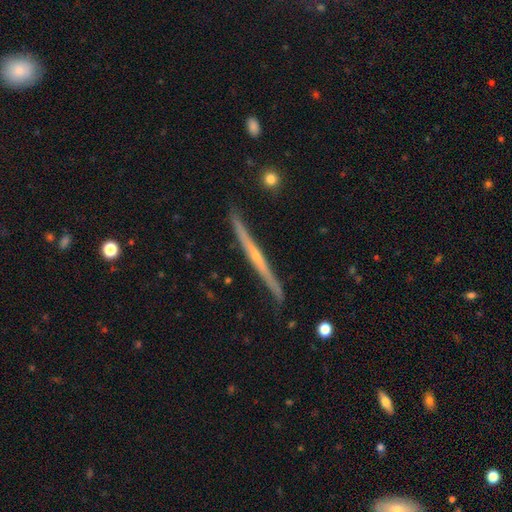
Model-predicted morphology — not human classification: A featured or disk galaxy (79%) viewed edge-on (98%) with a rounded central bulge (60%).

Vote fractions:
- Smooth or featured? featured or disk: 79% / smooth: 15% / star or artifact: 6%
- Edge-on disk? yes: 98% / no: 2%
- Edge-on bulge? rounded: 60% / none: 36% / boxy: 4%
- Merging? none: 89% / minor disturbance: 8% / major disturbance: 1% / merger: 1%